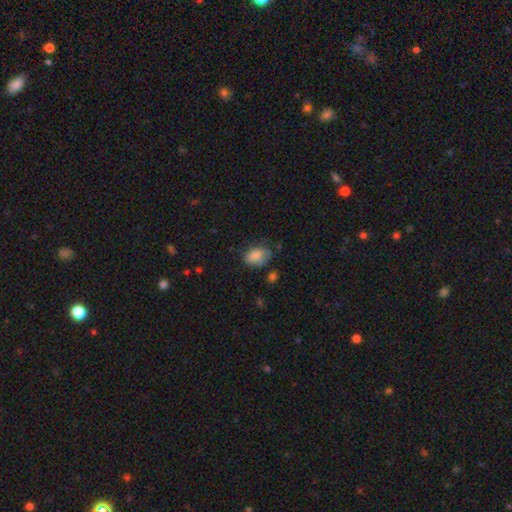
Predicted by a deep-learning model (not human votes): Morphology: type=smooth (81%); roundness=in between (75%); merging=none (50%).